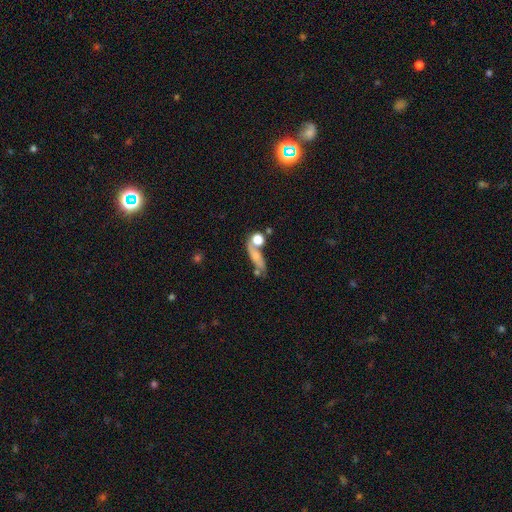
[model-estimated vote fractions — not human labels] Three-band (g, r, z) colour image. It shows a smooth galaxy with no disk features (57%) that is cigar-shaped (49%). Merging: none (43%).